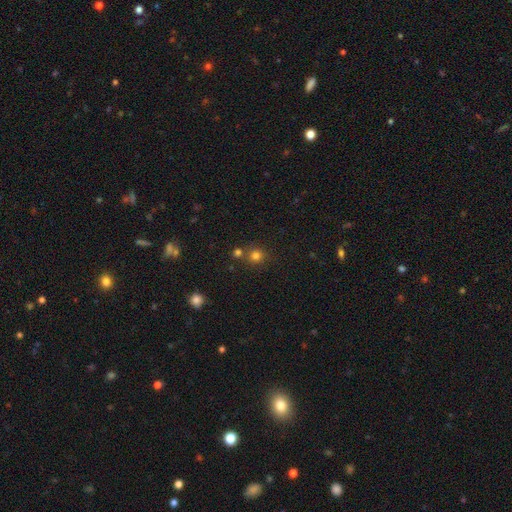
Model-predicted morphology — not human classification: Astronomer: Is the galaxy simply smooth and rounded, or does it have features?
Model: smooth — 77%.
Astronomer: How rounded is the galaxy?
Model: round — 91%.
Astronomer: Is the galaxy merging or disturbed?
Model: none — 71%.